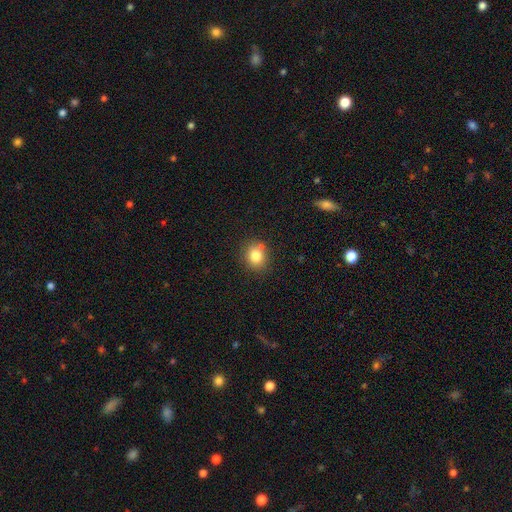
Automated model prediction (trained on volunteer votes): Smooth or featured?
  - smooth: 81% *
  - star or artifact: 11%
  - featured or disk: 8%
How rounded?
  - round: 71% *
  - in between: 28%
  - cigar-shaped: 1%
Merging?
  - none: 76% *
  - minor disturbance: 14%
  - merger: 7%
  - major disturbance: 3%